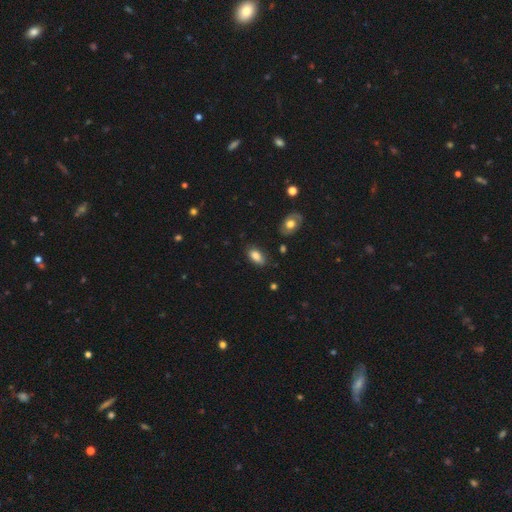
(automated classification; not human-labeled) Smooth or featured?
  - smooth: 85% *
  - star or artifact: 8%
  - featured or disk: 7%
How rounded?
  - in between: 92% *
  - cigar-shaped: 4%
  - round: 4%
Merging?
  - none: 80% *
  - minor disturbance: 15%
  - major disturbance: 3%
  - merger: 2%